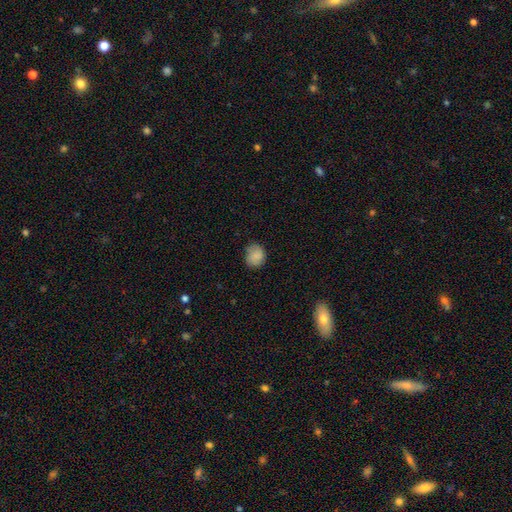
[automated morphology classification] Overall: smooth (83%). How rounded: round (67%; in between 32%). Merging: none (73%).